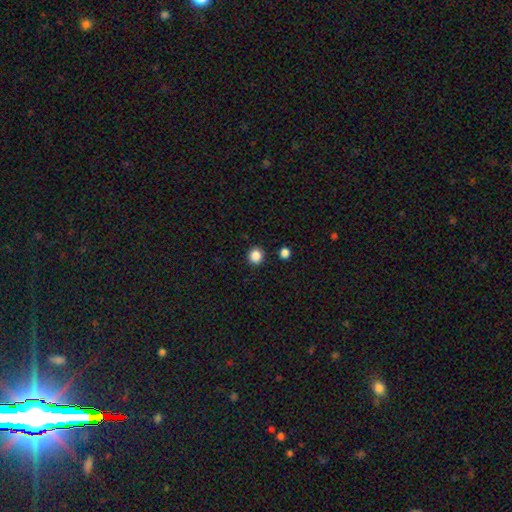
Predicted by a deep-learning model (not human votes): Smooth or featured: smooth — 86% (star or artifact — 11%)
How rounded: round — 93% (in between — 6%)
Merging: none — 90% (minor disturbance — 5%)